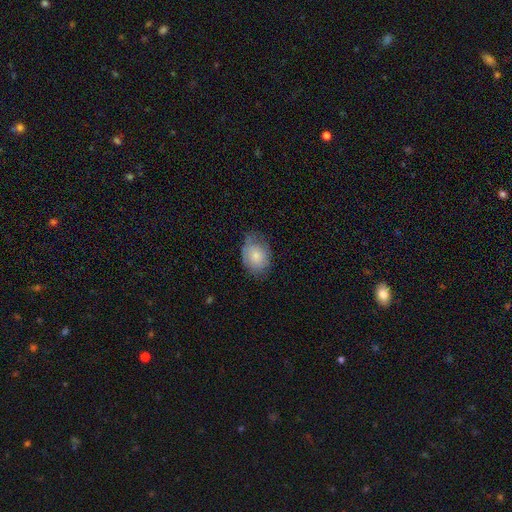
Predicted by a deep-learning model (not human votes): Overall: smooth (72%). How rounded: in between (72%). Merging: none (57%; minor disturbance 32%).